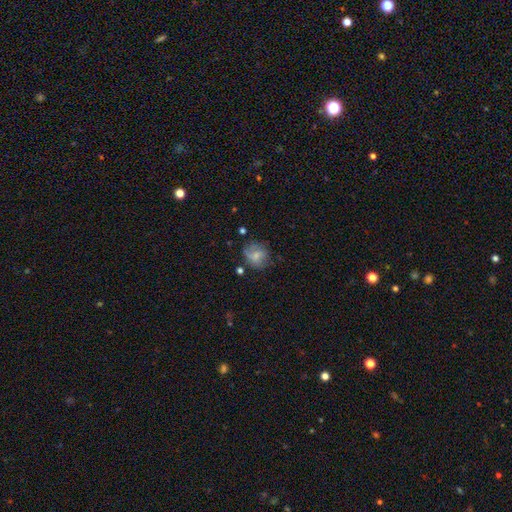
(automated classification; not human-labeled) This is possibly a smooth galaxy (60%). How rounded: likely round (71%). Merging: possibly none (59%).